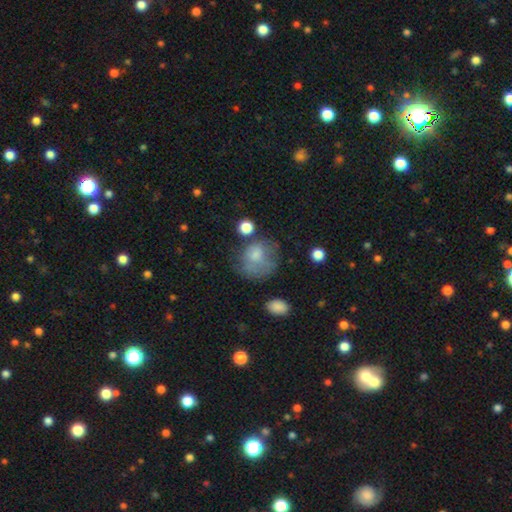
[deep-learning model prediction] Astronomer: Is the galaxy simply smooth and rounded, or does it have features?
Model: smooth — 66%.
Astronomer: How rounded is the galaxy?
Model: round — 70%.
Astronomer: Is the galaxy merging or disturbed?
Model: none — 43% (runner-up: minor disturbance, 28%).